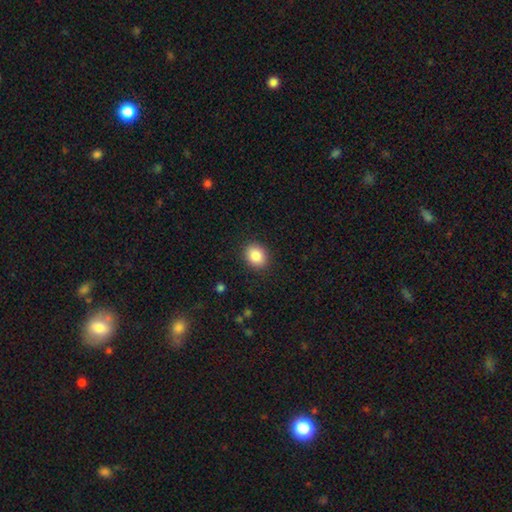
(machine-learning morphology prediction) smooth 87%, star or artifact 8%, featured or disk 5%. Down the decision tree: how rounded — round (54%); merging — none (89%).